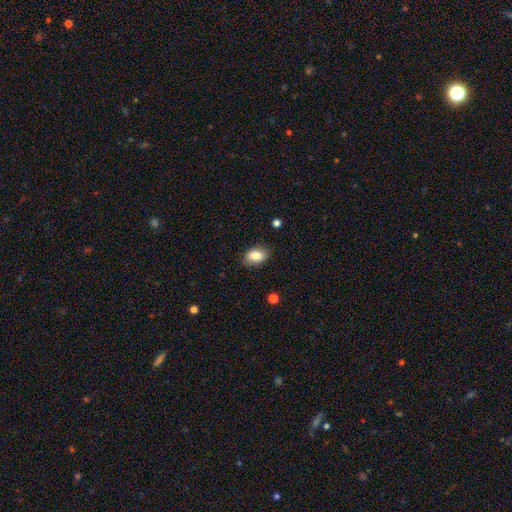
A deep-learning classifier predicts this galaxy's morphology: This appears to be a smooth galaxy with no disk features (83%) that is in between round and cigar-shaped (88%). Merging: none (84%).